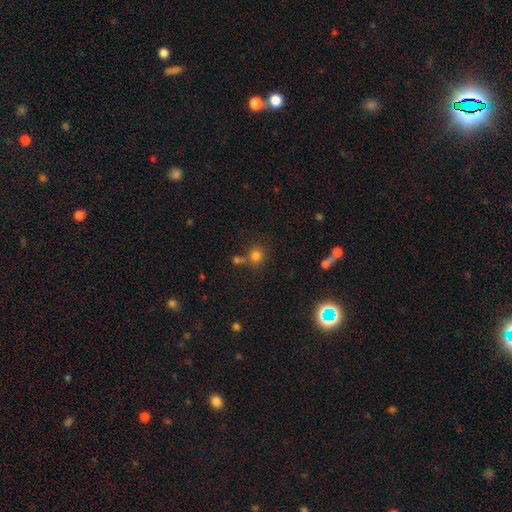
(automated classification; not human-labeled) This appears to be a smooth galaxy with no disk features (79%) that is round (83%). Merging: none (64%).